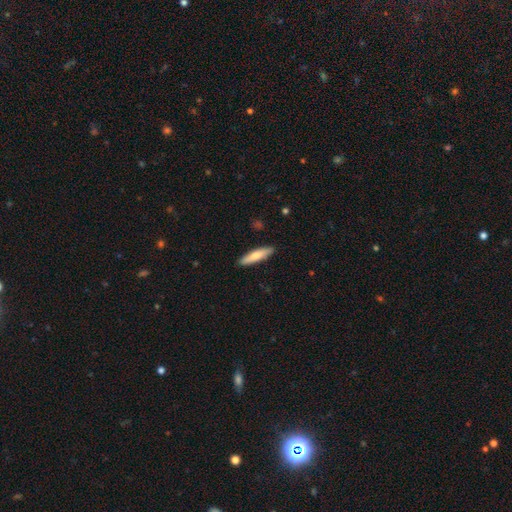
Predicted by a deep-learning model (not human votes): smooth-or-featured: smooth: 75% | featured or disk: 20% | star or artifact: 5%
  how-rounded: cigar-shaped: 79% | in between: 20% | round: 1%
  merging: none: 89% | minor disturbance: 8% | major disturbance: 2% | merger: 1%